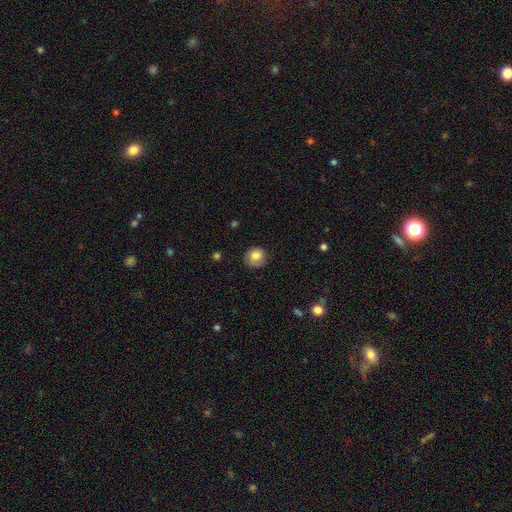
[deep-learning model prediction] Smooth or featured? smooth (82%)
How rounded? round (86%)
Merging? none (80%)